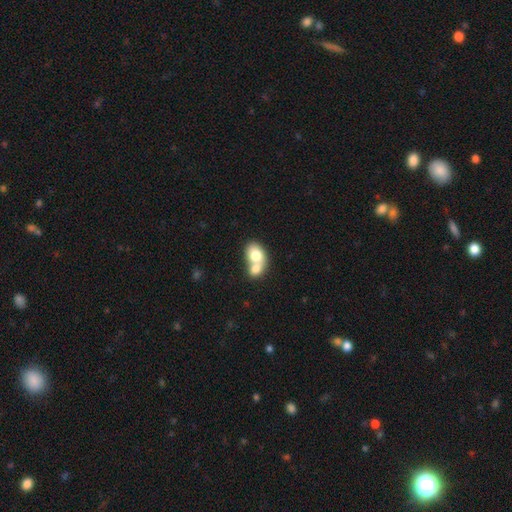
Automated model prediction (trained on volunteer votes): Overall: smooth (73%). How rounded: in between (65%; round 34%). Merging: merger (73%).